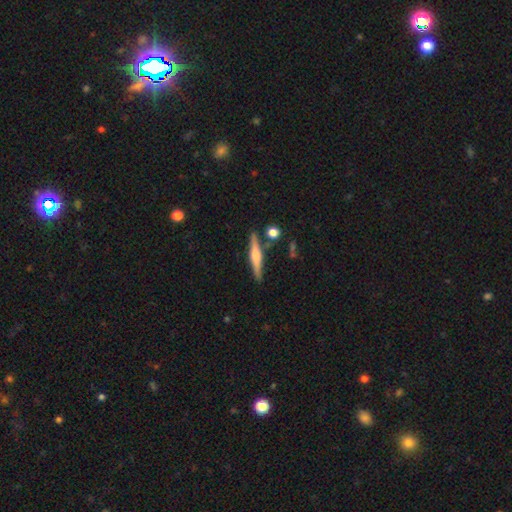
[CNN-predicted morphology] The model was most divided on "smooth or featured": featured or disk: 55%, smooth: 39%, star or artifact: 6%. More confident: edge-on disk — yes (97%); merging — none (84%); edge-on bulge — rounded (69%).